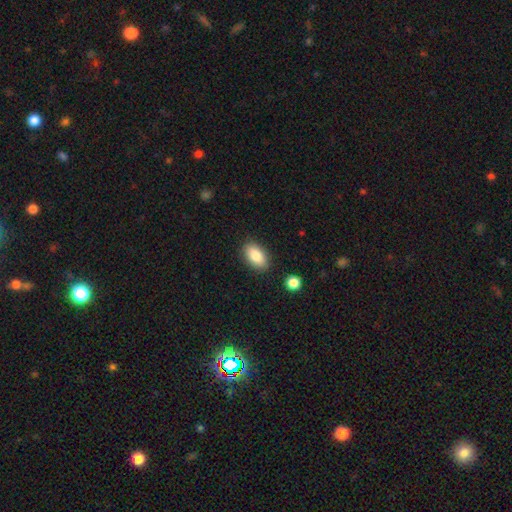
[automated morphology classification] This appears to be a smooth galaxy with no disk features (85%) that is in between round and cigar-shaped (92%). Merging: none (87%).